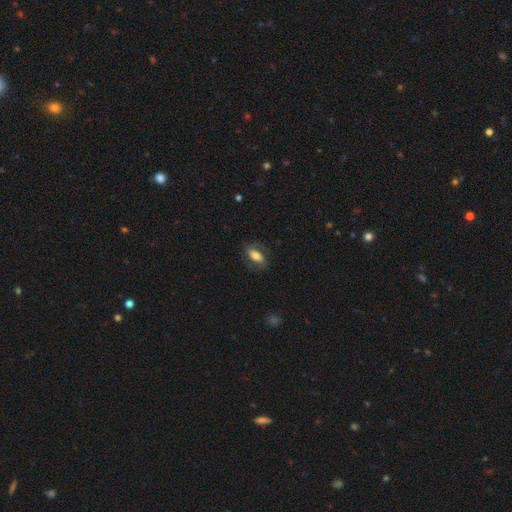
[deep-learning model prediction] Q: Smooth or featured?
A: smooth (56%); runner-up: featured or disk (36%)
Q: How rounded?
A: in between (85%); runner-up: cigar-shaped (8%)
Q: Merging?
A: none (71%); runner-up: minor disturbance (17%)